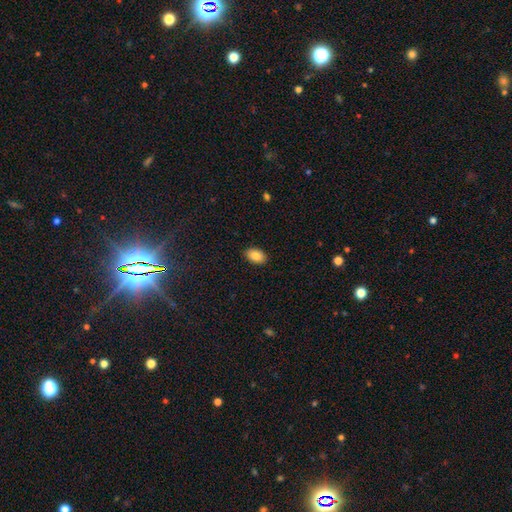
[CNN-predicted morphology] This appears to be a smooth galaxy with no disk features (86%) that is in between round and cigar-shaped (89%). Merging: none (89%).